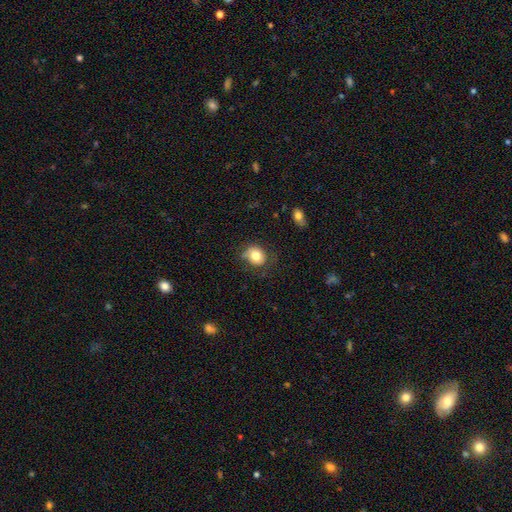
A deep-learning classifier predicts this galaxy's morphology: Smooth or featured? smooth (77%)
How rounded? round (66%)
Merging? none (65%)